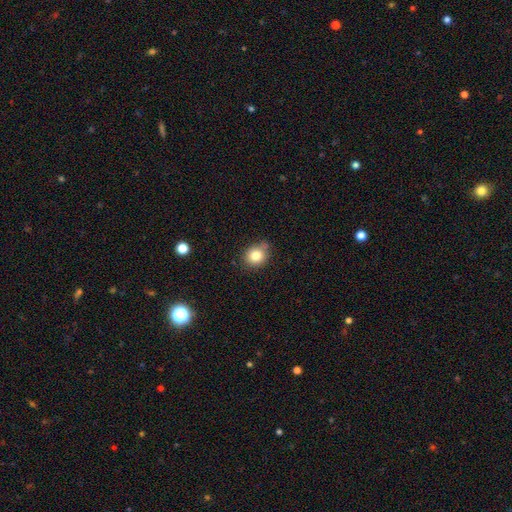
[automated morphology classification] A smooth galaxy with no disk features (81%) that is round (68%). Merging: none (71%).